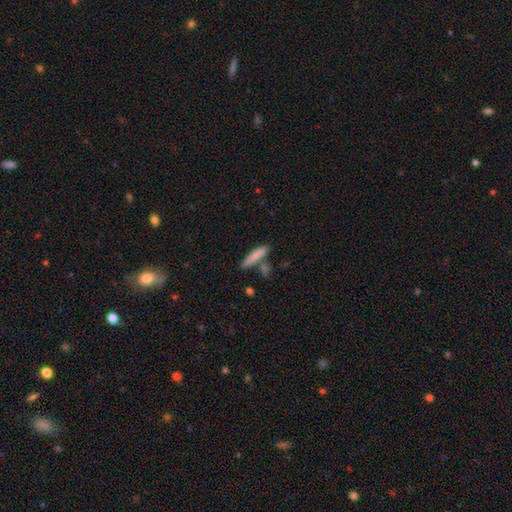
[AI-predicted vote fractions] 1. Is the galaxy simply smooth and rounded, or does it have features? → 78% smooth, 16% featured or disk, 7% star or artifact.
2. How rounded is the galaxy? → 80% cigar-shaped, 18% in between, 2% round.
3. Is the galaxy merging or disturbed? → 67% none, 15% minor disturbance, 14% merger, 4% major disturbance.